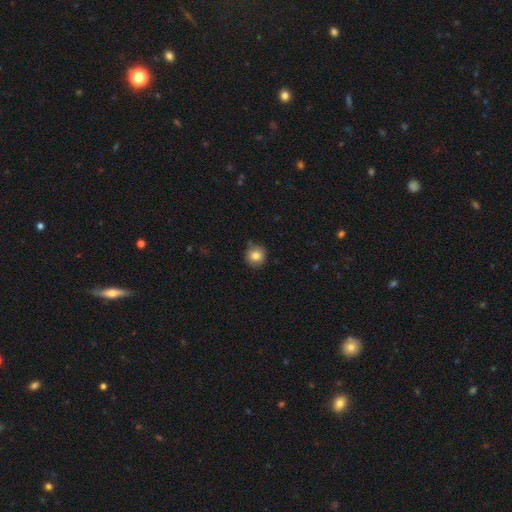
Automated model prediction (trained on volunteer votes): Overall: smooth (82%). How rounded: round (91%). Merging: none (80%).